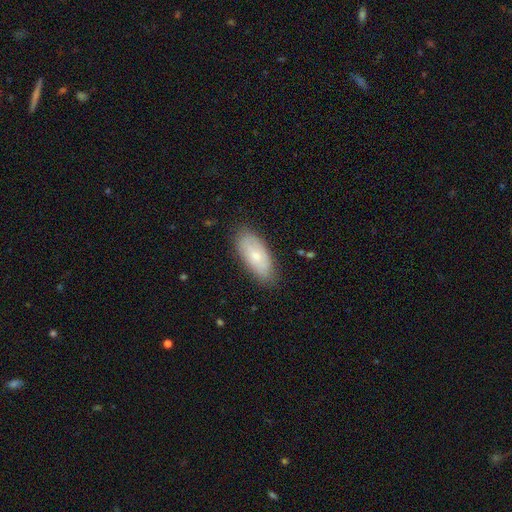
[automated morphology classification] This appears to be a smooth galaxy with no disk features (67%) that is in between round and cigar-shaped (87%). Merging: none (82%).